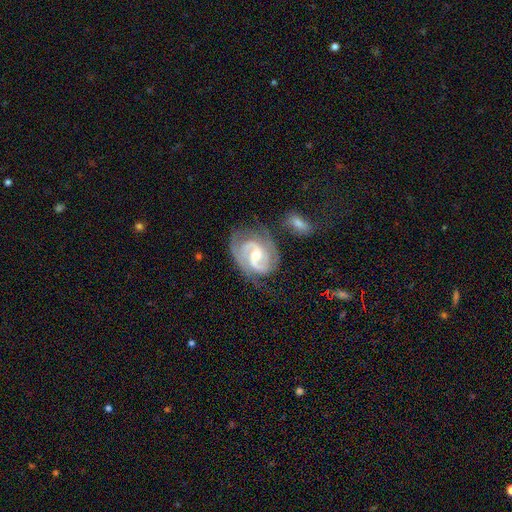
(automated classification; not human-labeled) Smooth or featured?
  - featured or disk: 89% *
  - smooth: 6%
  - star or artifact: 4%
Edge-on disk?
  - no: 98% *
  - yes: 2%
Bar?
  - weak: 50% *
  - no: 31%
  - strong: 19%
Spiral arms?
  - yes: 97% *
  - no: 3%
Spiral winding?
  - medium: 52% *
  - tight: 34%
  - loose: 14%
Spiral arm count?
  - 2: 82% *
  - 3: 6%
  - can't tell: 6%
  - 1: 3%
  - 4: 1%
  - more than 4: 1%
Bulge size?
  - moderate: 60% *
  - small: 35%
  - large: 3%
  - none: 1%
  - dominant: 1%
Merging?
  - none: 60% *
  - minor disturbance: 21%
  - major disturbance: 10%
  - merger: 8%